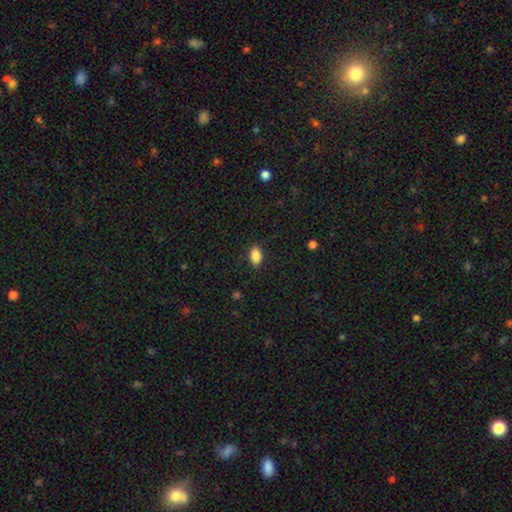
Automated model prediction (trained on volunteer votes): Smooth or featured? Predicted: smooth (p=0.88). How rounded? Predicted: in between (p=0.91). Merging? Predicted: none (p=0.86).